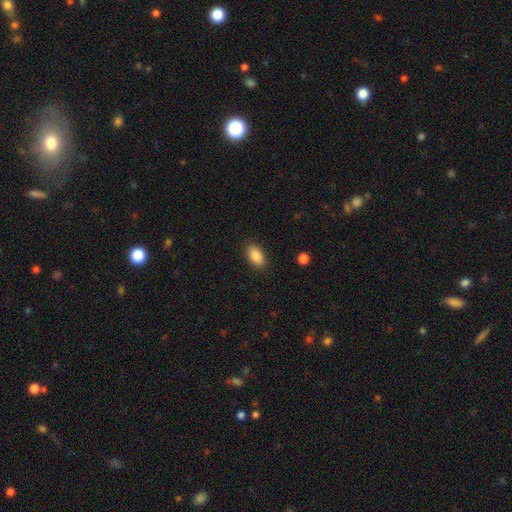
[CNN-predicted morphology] Overall: smooth (87%). How rounded: in between (93%). Merging: none (87%).